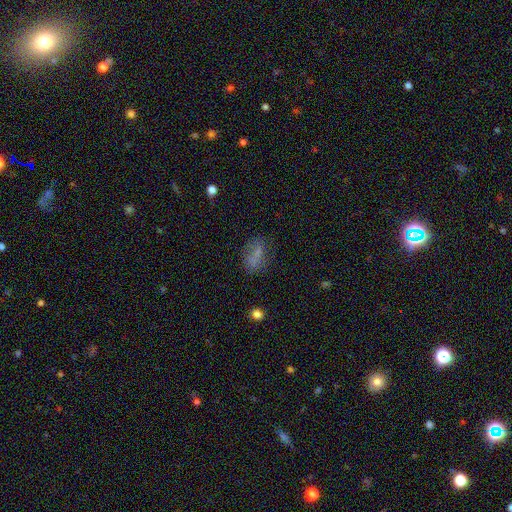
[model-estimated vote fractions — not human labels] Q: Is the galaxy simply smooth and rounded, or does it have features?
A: smooth — 61%.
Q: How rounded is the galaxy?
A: in between — 75%.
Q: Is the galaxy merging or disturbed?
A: none — 55%.